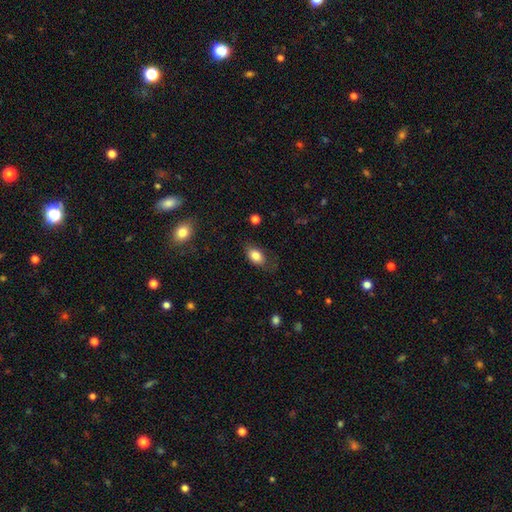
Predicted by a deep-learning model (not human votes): smooth_or_featured: smooth (p=0.82) [alt: featured or disk p=0.10]
how_rounded: in between (p=0.87) [alt: round p=0.11]
merging: none (p=0.69) [alt: minor disturbance p=0.22]